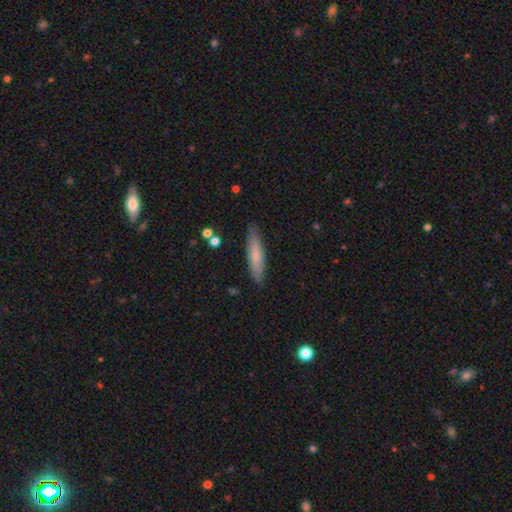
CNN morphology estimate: Smooth or featured?
  - smooth: 70% *
  - featured or disk: 24%
  - star or artifact: 6%
How rounded?
  - cigar-shaped: 81% *
  - in between: 18%
  - round: 2%
Merging?
  - none: 87% *
  - minor disturbance: 10%
  - major disturbance: 2%
  - merger: 1%